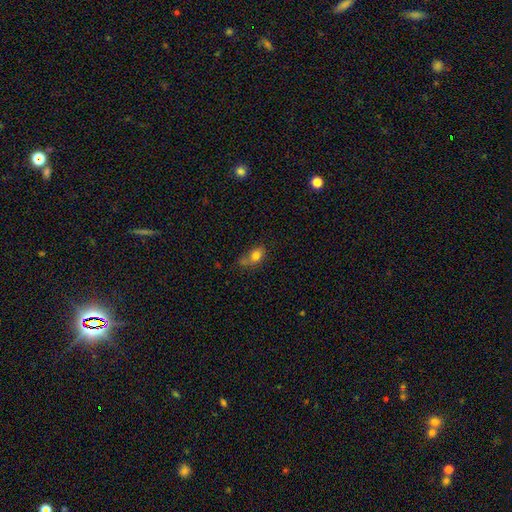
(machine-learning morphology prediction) Smooth or featured: smooth — 77% (featured or disk — 12%)
How rounded: in between — 65% (round — 33%)
Merging: none — 42% (minor disturbance — 27%)